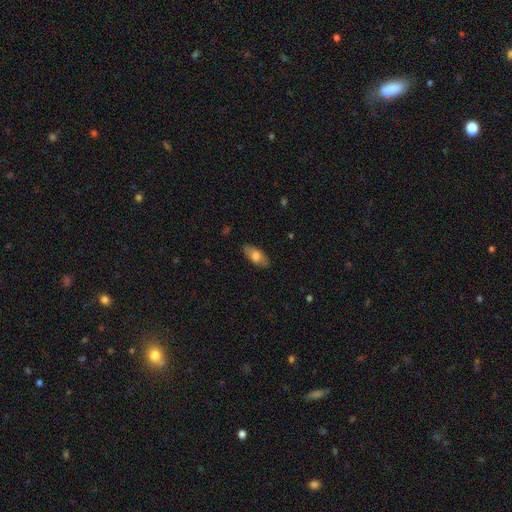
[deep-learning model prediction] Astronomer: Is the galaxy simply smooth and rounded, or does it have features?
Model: smooth — 69%.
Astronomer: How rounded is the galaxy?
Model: in between — 84%.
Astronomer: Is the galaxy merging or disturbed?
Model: none — 84%.